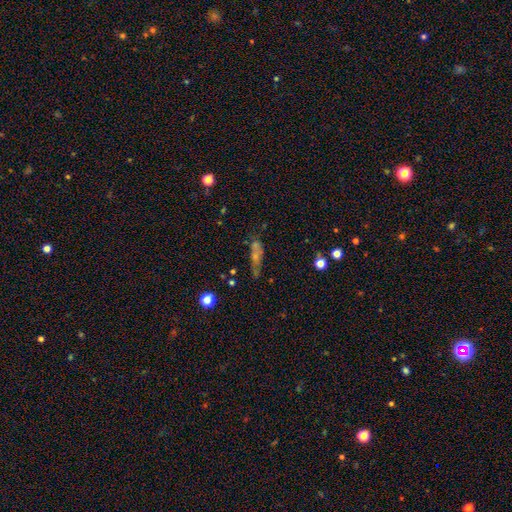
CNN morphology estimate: This is marginally a smooth galaxy (41%). Merging: possibly none (58%).